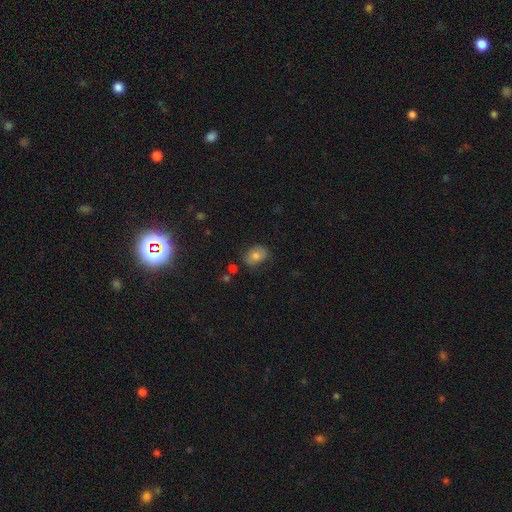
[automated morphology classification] Smooth or featured? smooth (74%)
How rounded? in between (74%)
Merging? none (74%)